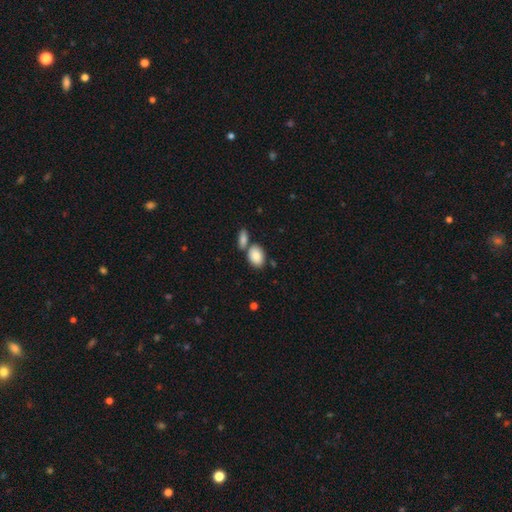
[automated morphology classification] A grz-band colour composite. It shows a smooth galaxy with no disk features (87%) that is in between round and cigar-shaped (82%). Merging: none (54%).